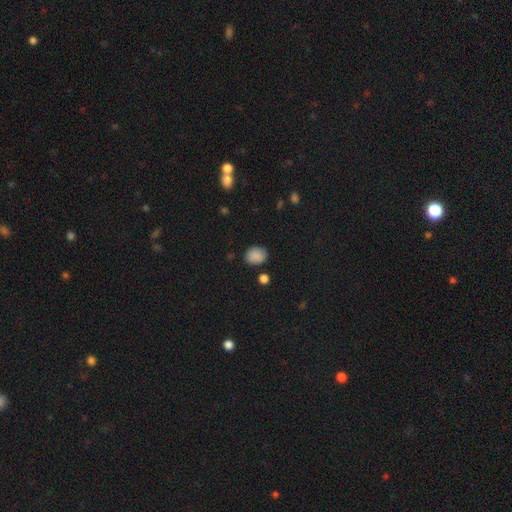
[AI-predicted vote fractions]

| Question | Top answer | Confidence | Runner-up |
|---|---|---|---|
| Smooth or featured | smooth | 87% | star or artifact (9%) |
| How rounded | in between | 52% | round (47%) |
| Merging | none | 80% | minor disturbance (14%) |